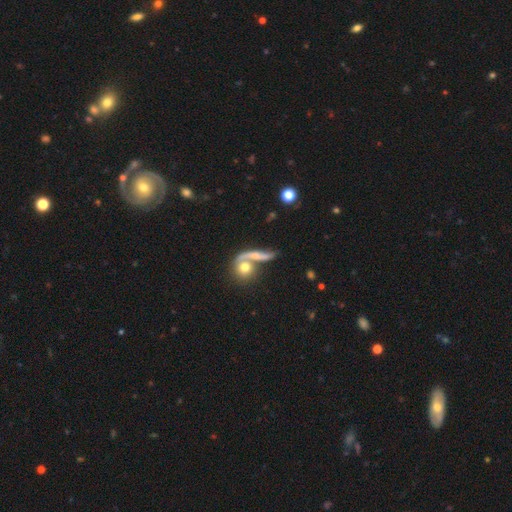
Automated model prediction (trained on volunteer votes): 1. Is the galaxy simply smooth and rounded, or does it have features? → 48% smooth, 42% featured or disk, 10% star or artifact.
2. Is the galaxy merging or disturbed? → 41% none, 33% merger, 14% minor disturbance, 12% major disturbance.